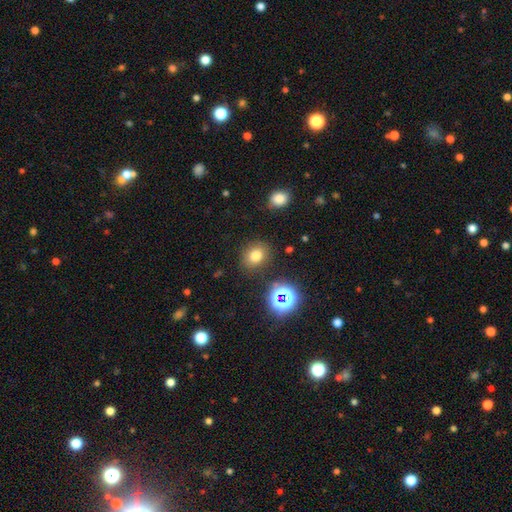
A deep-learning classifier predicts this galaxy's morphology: smooth_or_featured: smooth (p=0.75) [alt: star or artifact p=0.17]
how_rounded: round (p=0.59) [alt: in between p=0.40]
merging: none (p=0.83) [alt: minor disturbance p=0.10]